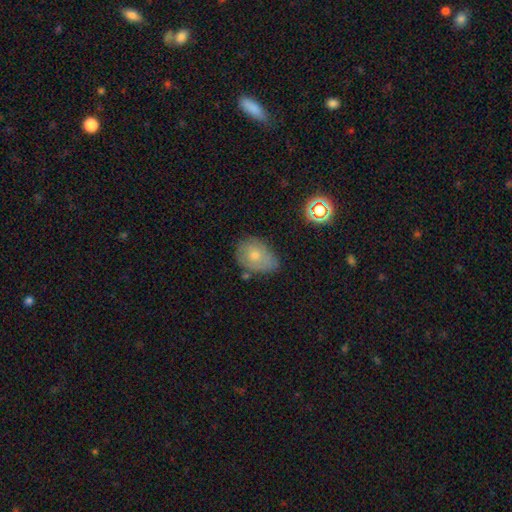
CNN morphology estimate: Smooth or featured?
  - smooth: 65% *
  - featured or disk: 24%
  - star or artifact: 11%
How rounded?
  - in between: 70% *
  - round: 28%
  - cigar-shaped: 1%
Merging?
  - none: 56% *
  - minor disturbance: 32%
  - major disturbance: 7%
  - merger: 5%